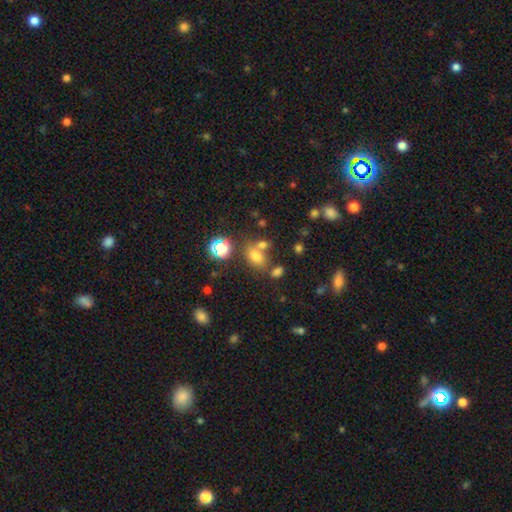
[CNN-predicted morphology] Smooth or featured? Predicted: smooth (p=0.67). How rounded? Predicted: in between (p=0.76). Merging? Predicted: none (p=0.54).